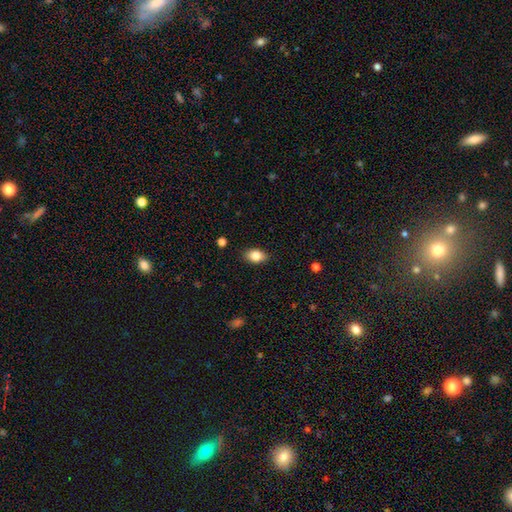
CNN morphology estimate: Overall: smooth (84%). How rounded: in between (86%). Merging: none (87%).